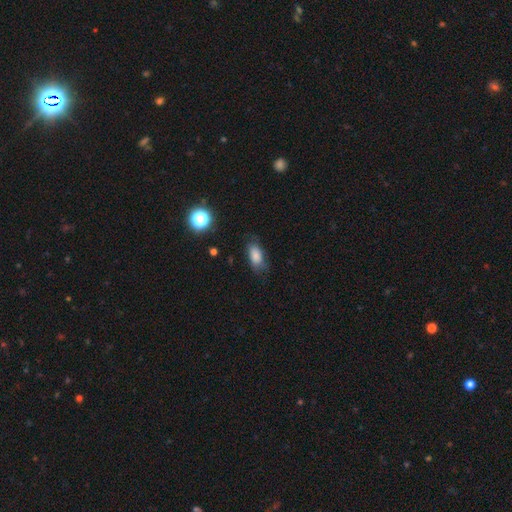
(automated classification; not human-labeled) smooth 82%, star or artifact 10%, featured or disk 8%. Down the decision tree: how rounded — in between (88%); merging — none (68%).